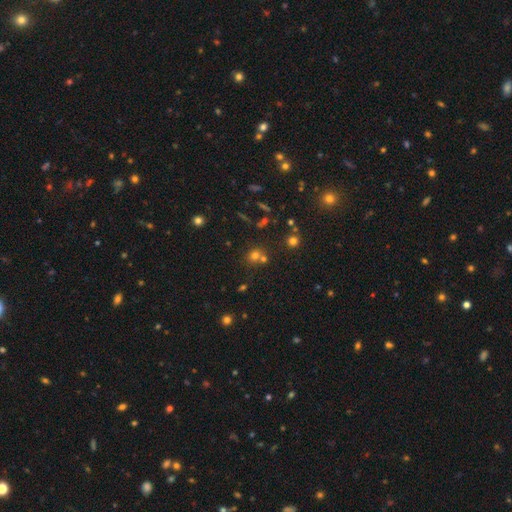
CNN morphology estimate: A smooth galaxy with no disk features (63%) that is round (77%).

Vote fractions:
- Smooth or featured? smooth: 63% / star or artifact: 26% / featured or disk: 11%
- How rounded? round: 77% / in between: 22% / cigar-shaped: 1%
- Merging? none: 56% / merger: 31% / minor disturbance: 9% / major disturbance: 4%